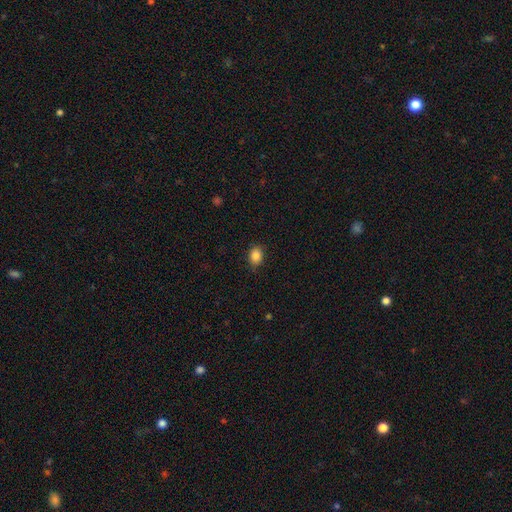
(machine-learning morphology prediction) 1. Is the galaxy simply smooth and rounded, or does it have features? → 86% smooth, 10% star or artifact, 4% featured or disk.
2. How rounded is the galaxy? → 62% in between, 37% round, 1% cigar-shaped.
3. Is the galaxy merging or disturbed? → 84% none, 12% minor disturbance, 2% major disturbance, 1% merger.